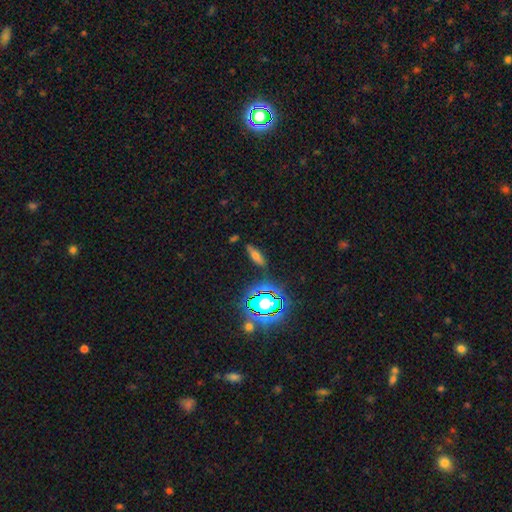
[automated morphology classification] Q: Smooth or featured?
A: smooth (53%); runner-up: star or artifact (25%)
Q: How rounded?
A: cigar-shaped (47%); tied with: in between (47%)
Q: Merging?
A: none (81%); runner-up: minor disturbance (12%)